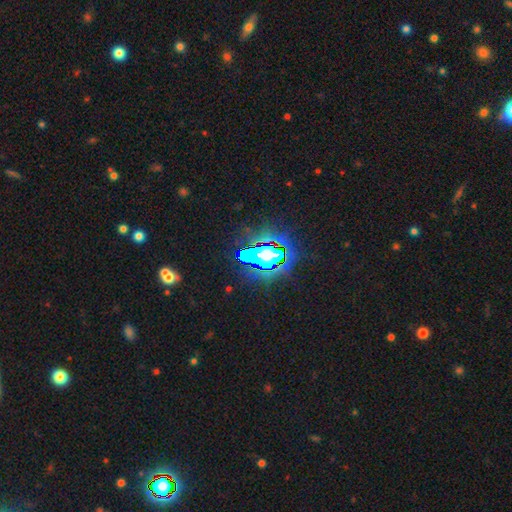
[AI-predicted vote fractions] A star or artifact, not a galaxy (83%).